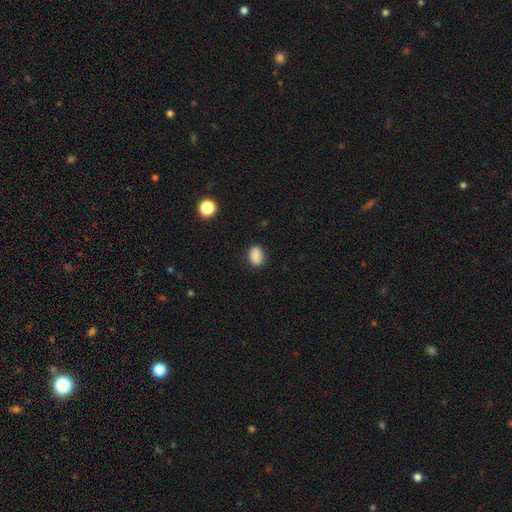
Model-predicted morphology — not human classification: type=smooth (86%); roundness=in between (75%); merging=none (85%).